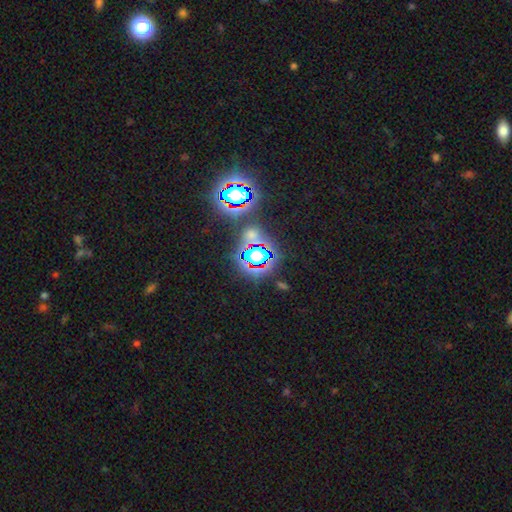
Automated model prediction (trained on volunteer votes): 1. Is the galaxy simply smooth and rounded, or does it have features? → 68% star or artifact, 22% smooth, 10% featured or disk.